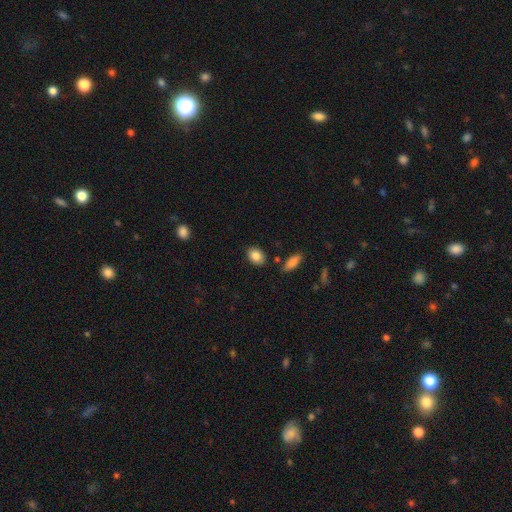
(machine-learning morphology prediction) smooth_or_featured: smooth (p=0.86) [alt: star or artifact p=0.08]
how_rounded: in between (p=0.73) [alt: round p=0.25]
merging: none (p=0.84) [alt: minor disturbance p=0.10]